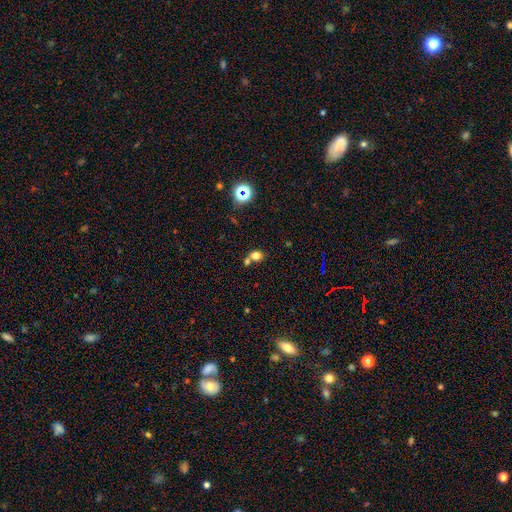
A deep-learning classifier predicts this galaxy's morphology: Smooth or featured? Predicted: smooth (p=0.73). How rounded? Predicted: round (p=0.65). Merging? Predicted: none (p=0.52).